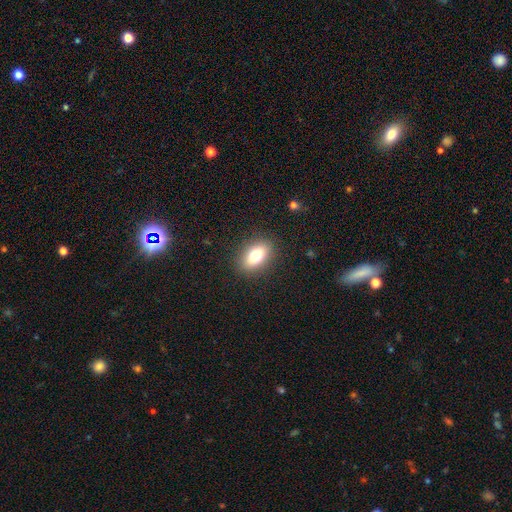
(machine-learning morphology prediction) smooth_or_featured: smooth (p=0.77) [alt: featured or disk p=0.14]
how_rounded: in between (p=0.85) [alt: round p=0.09]
merging: none (p=0.88) [alt: minor disturbance p=0.08]